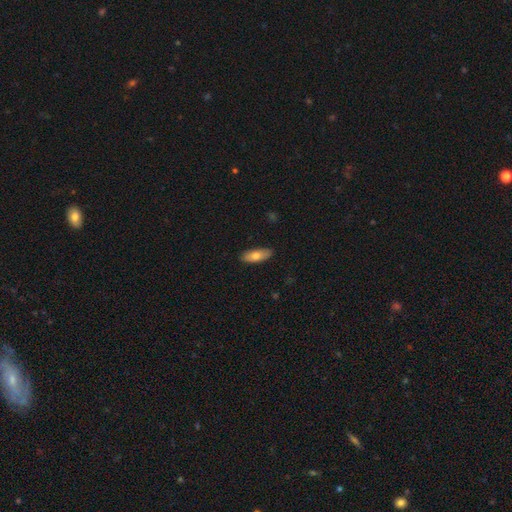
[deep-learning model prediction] The model was most divided on "smooth or featured": smooth: 75%, featured or disk: 19%, star or artifact: 6%. More confident: merging — none (87%); how rounded — in between (76%).